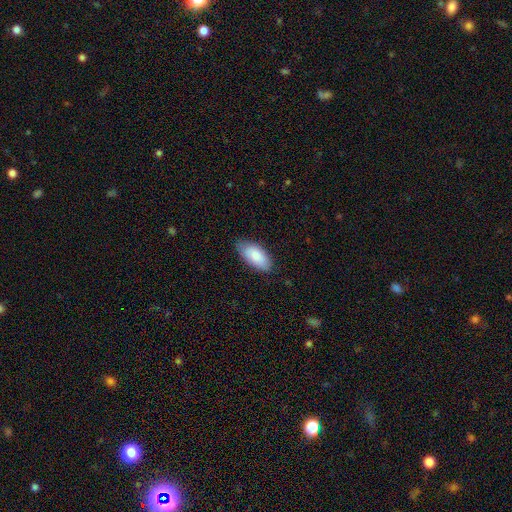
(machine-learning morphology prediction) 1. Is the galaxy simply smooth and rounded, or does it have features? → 84% smooth, 10% featured or disk, 6% star or artifact.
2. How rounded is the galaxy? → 93% in between, 5% cigar-shaped, 2% round.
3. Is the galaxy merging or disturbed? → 77% none, 19% minor disturbance, 3% major disturbance, 1% merger.